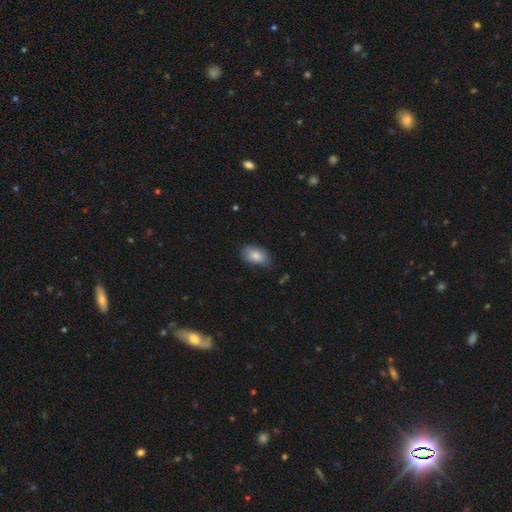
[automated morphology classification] The model was most divided on "merging": none: 70%, minor disturbance: 24%, major disturbance: 4%, merger: 1%. More confident: how rounded — in between (92%); smooth or featured — smooth (84%).